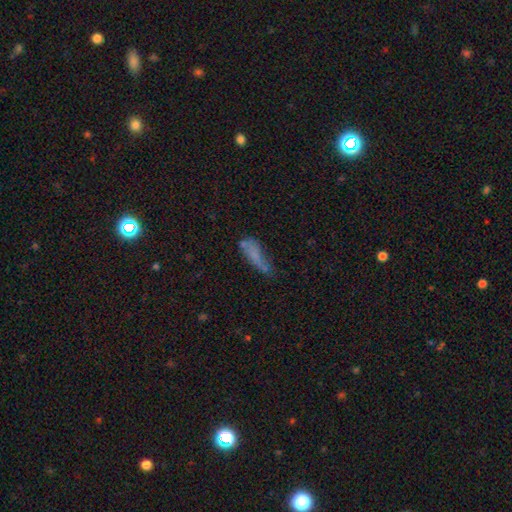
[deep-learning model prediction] A smooth galaxy with no disk features (65%) that is in between round and cigar-shaped (50%).

Vote fractions:
- Smooth or featured? smooth: 65% / featured or disk: 22% / star or artifact: 13%
- How rounded? in between: 50% / cigar-shaped: 47% / round: 4%
- Merging? none: 34% / minor disturbance: 27% / major disturbance: 22% / merger: 17%